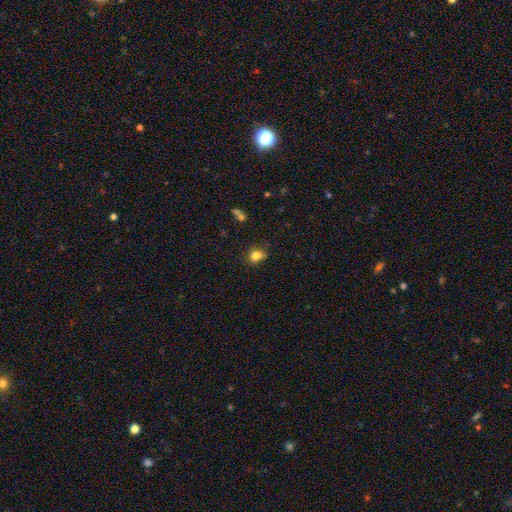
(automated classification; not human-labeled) Smooth or featured? Predicted: smooth (p=0.80). How rounded? Predicted: round (p=0.61). Merging? Predicted: none (p=0.64).